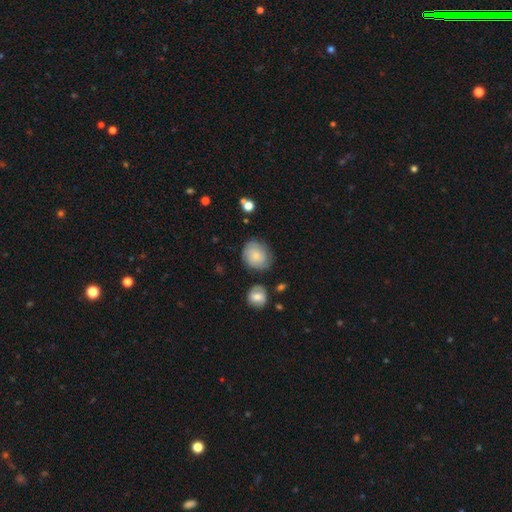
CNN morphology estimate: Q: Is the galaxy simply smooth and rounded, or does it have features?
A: smooth — 60%.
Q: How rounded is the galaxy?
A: round — 60%.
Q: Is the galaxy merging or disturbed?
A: none — 71%.